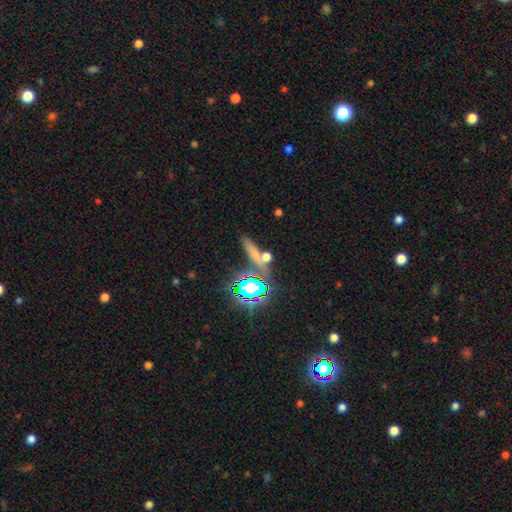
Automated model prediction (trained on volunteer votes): Smooth or featured? smooth (54%)
How rounded? cigar-shaped (61%)
Merging? none (64%)